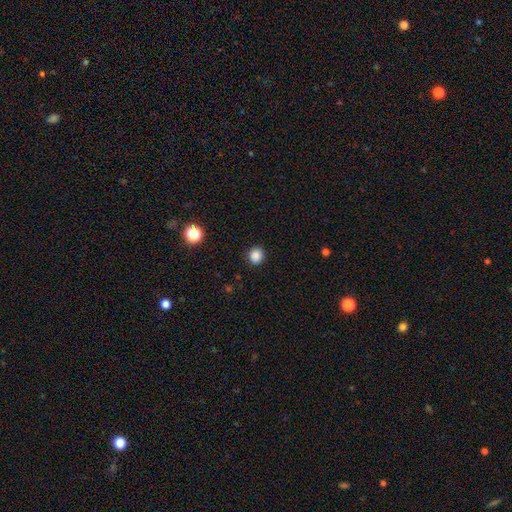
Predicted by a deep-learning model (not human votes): smooth 86%, star or artifact 11%, featured or disk 3%. Down the decision tree: how rounded — round (85%); merging — none (91%).